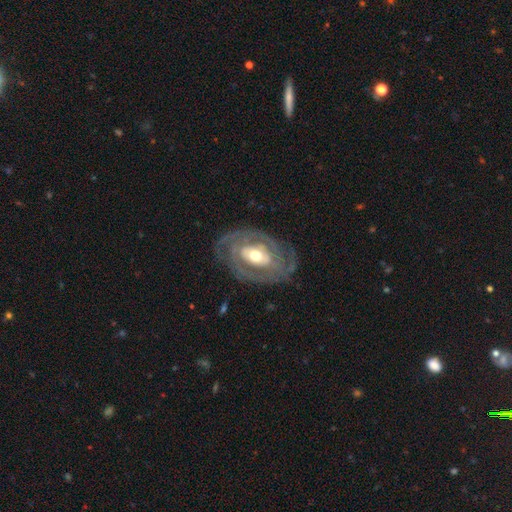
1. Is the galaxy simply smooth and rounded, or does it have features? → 82% featured or disk, 13% smooth, 5% star or artifact.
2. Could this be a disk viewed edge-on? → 100% no, 0% yes.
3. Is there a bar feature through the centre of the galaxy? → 59% no, 25% weak, 16% strong.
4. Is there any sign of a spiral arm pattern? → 84% yes, 16% no.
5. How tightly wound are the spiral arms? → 56% tight, 37% medium, 7% loose.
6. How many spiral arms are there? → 74% 2, 22% can't tell, 4% 3, 0% 1, 0% 4, 0% more than 4.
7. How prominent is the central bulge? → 59% moderate, 28% large, 12% small, 0% dominant, 0% none.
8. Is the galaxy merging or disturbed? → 65% none, 27% minor disturbance, 5% major disturbance, 3% merger.